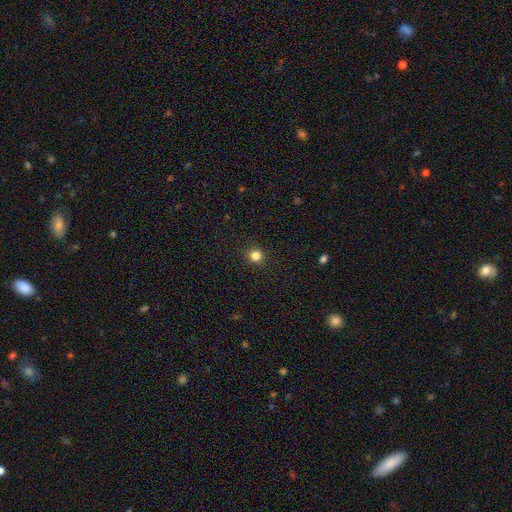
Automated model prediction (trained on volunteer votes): Overall: smooth (82%). How rounded: round (93%). Merging: none (93%).